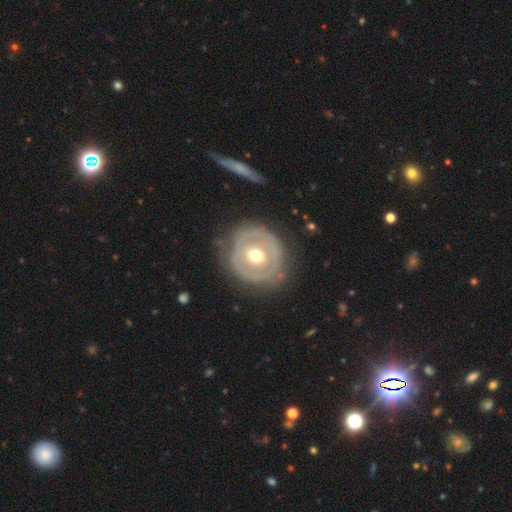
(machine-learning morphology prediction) Smooth or featured?
  - featured or disk: 63% *
  - smooth: 32%
  - star or artifact: 5%
Edge-on disk?
  - no: 95% *
  - yes: 5%
Bar?
  - no: 79% *
  - weak: 15%
  - strong: 6%
Spiral arms?
  - no: 77% *
  - yes: 23%
Bulge size?
  - moderate: 77% *
  - small: 11%
  - large: 10%
  - dominant: 1%
  - none: 1%
Merging?
  - none: 70% *
  - minor disturbance: 20%
  - major disturbance: 8%
  - merger: 2%